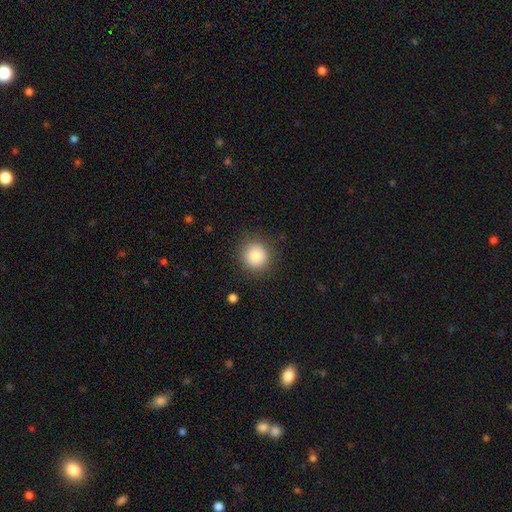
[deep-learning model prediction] A smooth galaxy with no disk features (82%) that is round (93%). Merging: none (88%).